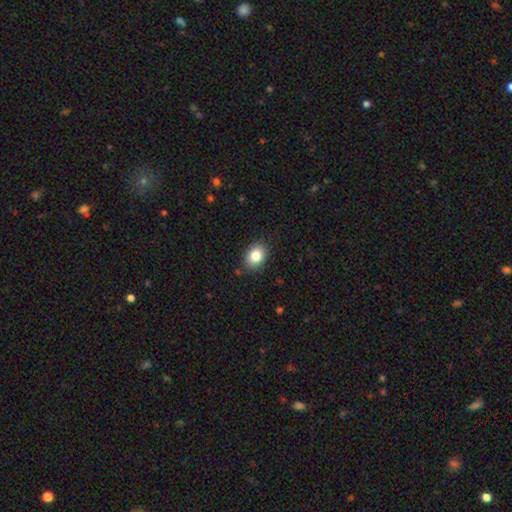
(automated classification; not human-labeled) A smooth galaxy with no disk features (84%) that is in between round and cigar-shaped (65%).

Vote fractions:
- Smooth or featured? smooth: 84% / star or artifact: 9% / featured or disk: 7%
- How rounded? in between: 65% / round: 34% / cigar-shaped: 1%
- Merging? none: 85% / minor disturbance: 11% / major disturbance: 3% / merger: 1%